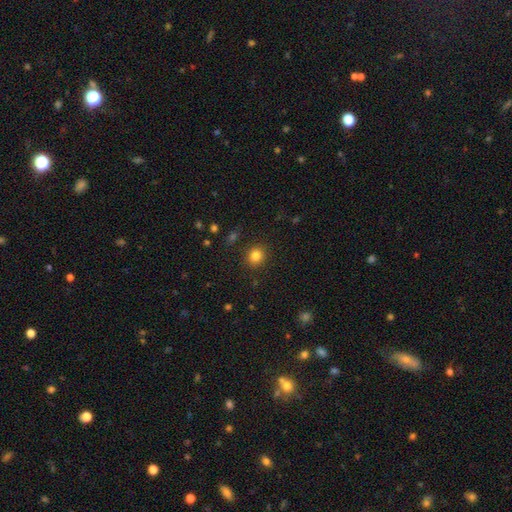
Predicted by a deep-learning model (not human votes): A smooth galaxy with no disk features (83%) that is round (83%). Merging: none (90%).